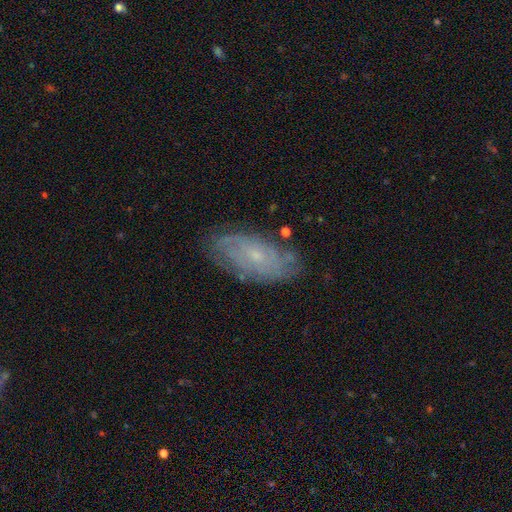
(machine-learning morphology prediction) smooth_or_featured: featured or disk (p=0.66) [alt: smooth p=0.26]
disk_edge_on: no (p=0.91) [alt: yes p=0.09]
bar: no (p=0.77) [alt: weak p=0.20]
has_spiral_arms: yes (p=0.79) [alt: no p=0.21]
bulge_size: small (p=0.73) [alt: moderate p=0.20]
merging: none (p=0.76) [alt: minor disturbance p=0.18]